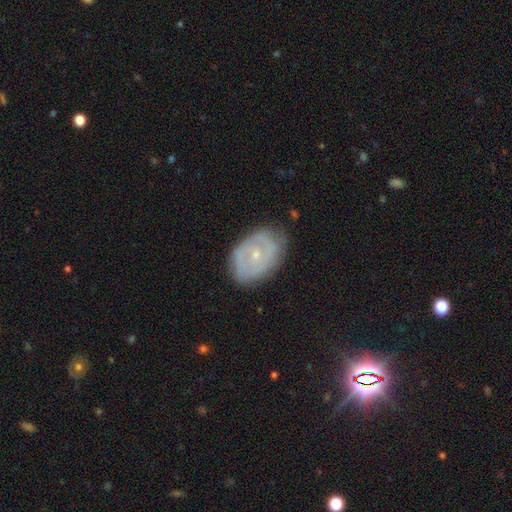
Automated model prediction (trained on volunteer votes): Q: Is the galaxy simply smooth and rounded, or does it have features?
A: featured or disk — 70%.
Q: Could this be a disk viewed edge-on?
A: no — 95%.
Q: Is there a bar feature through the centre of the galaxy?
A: no — 69%.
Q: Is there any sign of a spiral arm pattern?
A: yes — 64%.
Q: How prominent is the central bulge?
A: small — 71%.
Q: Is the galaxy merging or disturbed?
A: none — 75%.